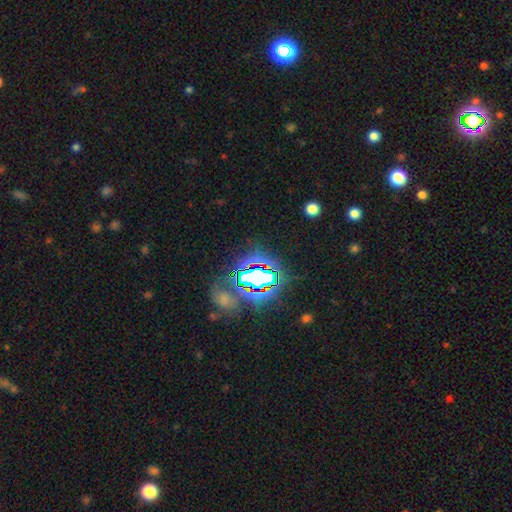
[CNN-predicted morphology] This appears to be a star or artifact, not a galaxy (78%).